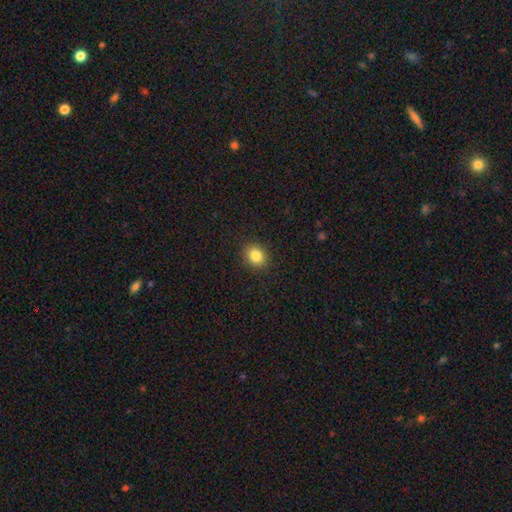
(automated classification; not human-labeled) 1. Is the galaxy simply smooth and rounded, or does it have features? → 84% smooth, 11% star or artifact, 6% featured or disk.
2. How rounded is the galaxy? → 60% round, 39% in between, 1% cigar-shaped.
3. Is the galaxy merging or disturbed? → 90% none, 7% minor disturbance, 2% major disturbance, 1% merger.